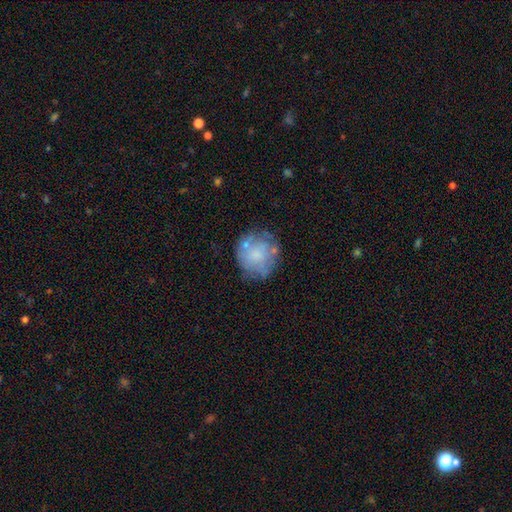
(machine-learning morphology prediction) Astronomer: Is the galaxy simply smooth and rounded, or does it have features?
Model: smooth — 51% (runner-up: featured or disk, 41%).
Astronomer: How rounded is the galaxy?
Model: round — 85%.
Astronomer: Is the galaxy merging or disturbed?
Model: none — 59%.